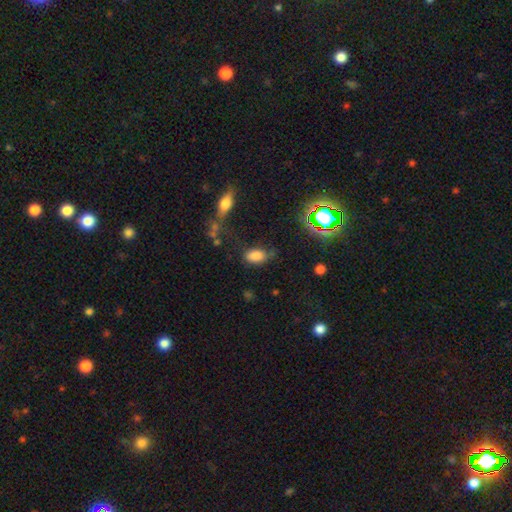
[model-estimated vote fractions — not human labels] This appears to be a smooth galaxy with no disk features (79%) that is in between round and cigar-shaped (90%). Merging: none (61%).